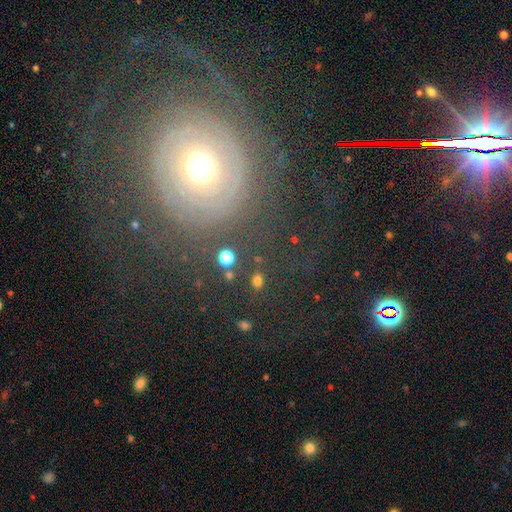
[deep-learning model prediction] Q: Smooth or featured?
A: featured or disk (64%); runner-up: smooth (21%)
Q: Edge-on disk?
A: no (96%); runner-up: yes (4%)
Q: Bar?
A: no (80%); runner-up: weak (14%)
Q: Spiral arms?
A: yes (70%); runner-up: no (30%)
Q: Bulge size?
A: moderate (59%); runner-up: small (30%)
Q: Merging?
A: none (65%); runner-up: major disturbance (20%)